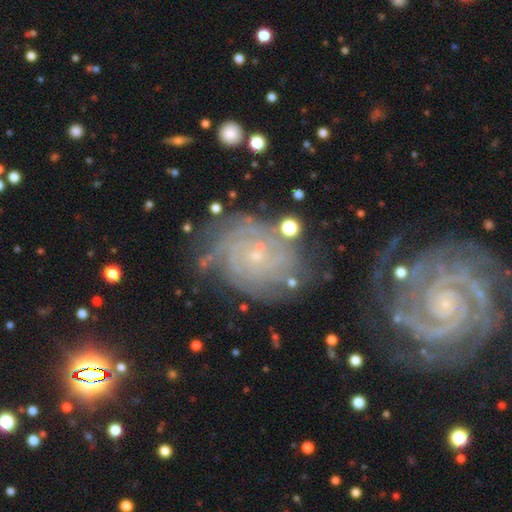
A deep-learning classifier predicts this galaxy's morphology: Smooth or featured: featured or disk — 81% (smooth — 10%)
Edge-on disk: no — 97% (yes — 3%)
Bar: no — 75% (weak — 20%)
Spiral arms: yes — 95% (no — 5%)
Spiral winding: tight — 74% (medium — 21%)
Spiral arm count: can't tell — 37% (4 — 16%)
Bulge size: small — 83% (moderate — 9%)
Merging: none — 61% (minor disturbance — 20%)